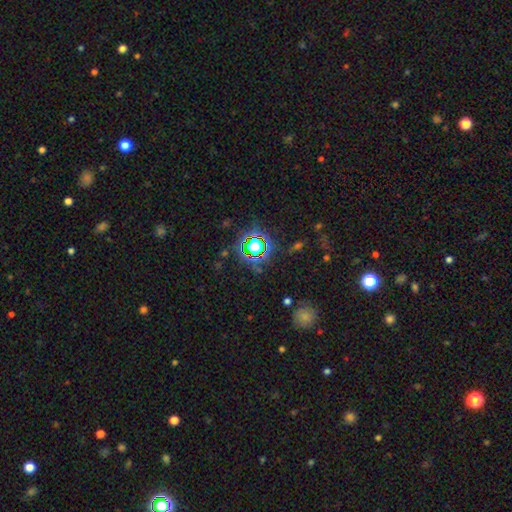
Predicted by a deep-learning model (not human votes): Morphology: type=star or artifact (68%).